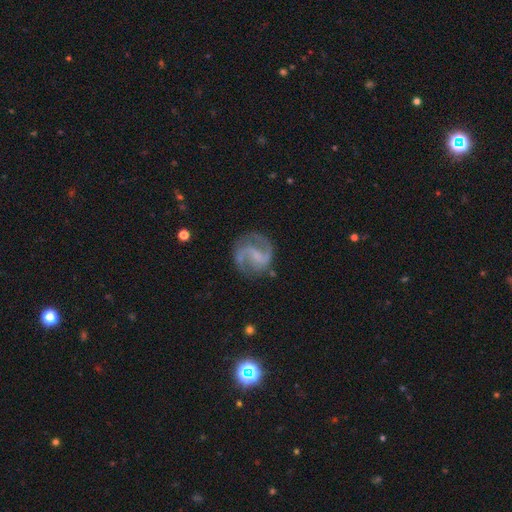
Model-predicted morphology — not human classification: The model was most divided on "bulge size": small: 45%, none: 36%, moderate: 16%, large: 2%, dominant: 1%. Remaining: edge-on disk — no (98%); spiral arms — yes (96%); spiral arm count — 2 (88%); smooth or featured — featured or disk (85%); merging — none (73%); spiral winding — medium (54%); bar — weak (49%).